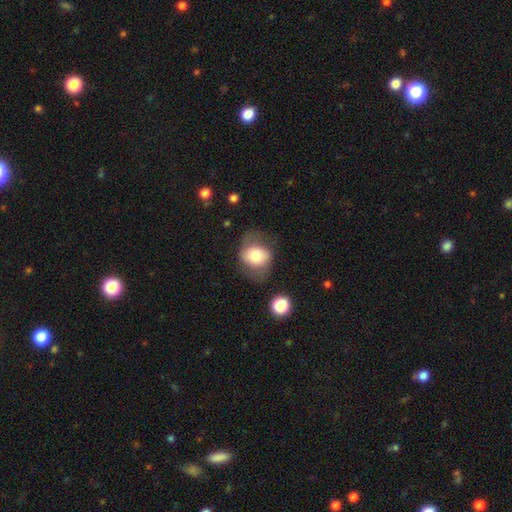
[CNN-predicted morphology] Smooth or featured?
  - smooth: 60% *
  - featured or disk: 32%
  - star or artifact: 8%
How rounded?
  - round: 53% *
  - in between: 45%
  - cigar-shaped: 1%
Merging?
  - none: 54% *
  - minor disturbance: 25%
  - major disturbance: 18%
  - merger: 3%